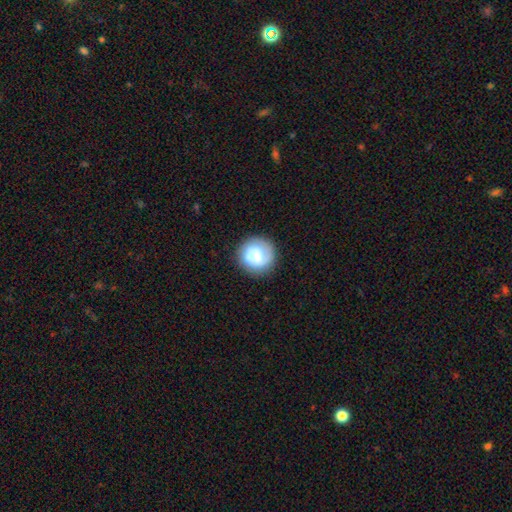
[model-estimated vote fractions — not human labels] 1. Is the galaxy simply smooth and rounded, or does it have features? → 48% featured or disk, 45% smooth, 7% star or artifact.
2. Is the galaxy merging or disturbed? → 79% none, 13% minor disturbance, 6% major disturbance, 2% merger.